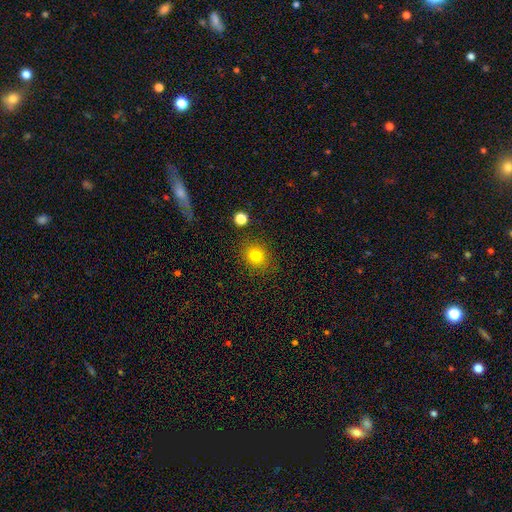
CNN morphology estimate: smooth 80%, star or artifact 13%, featured or disk 7%. Down the decision tree: how rounded — round (76%); merging — none (86%).